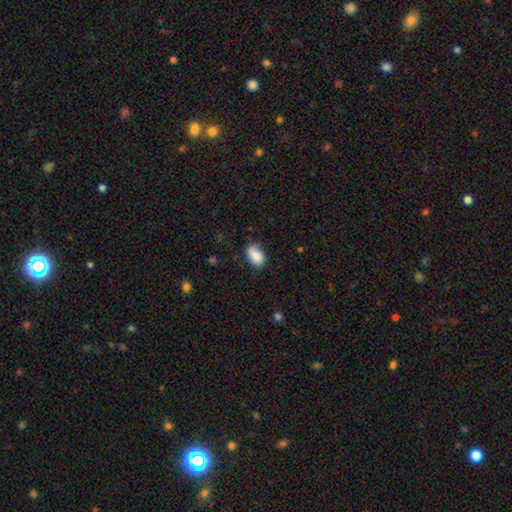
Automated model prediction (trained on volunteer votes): Smooth or featured?
  - smooth: 82% *
  - featured or disk: 10%
  - star or artifact: 8%
How rounded?
  - in between: 85% *
  - round: 13%
  - cigar-shaped: 1%
Merging?
  - none: 71% *
  - minor disturbance: 23%
  - major disturbance: 4%
  - merger: 2%